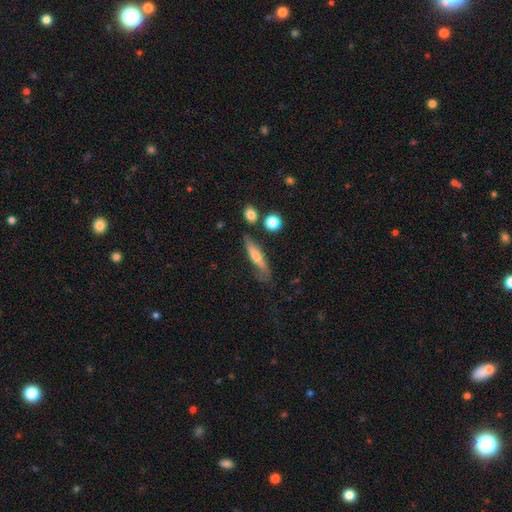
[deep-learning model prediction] Morphology: type=smooth (53%); roundness=cigar-shaped (78%); merging=none (64%).